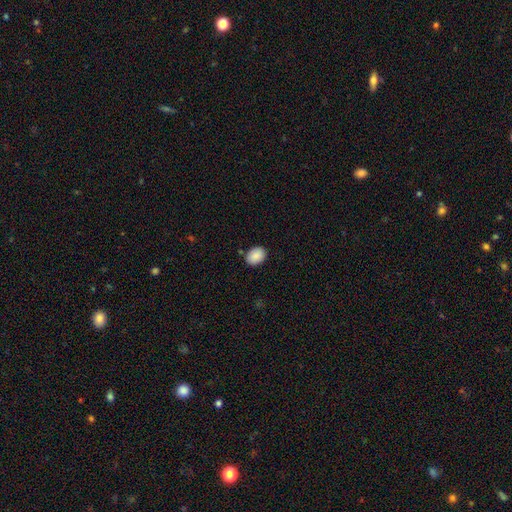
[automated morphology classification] type=smooth (89%); roundness=in between (65%); merging=none (84%).